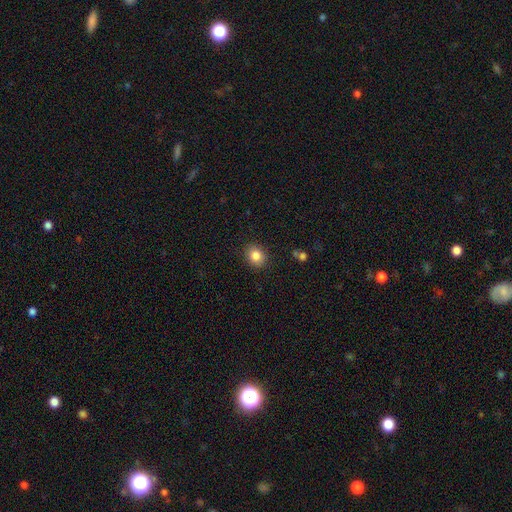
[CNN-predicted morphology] A smooth galaxy with no disk features (84%) that is round (65%). Merging: none (89%).